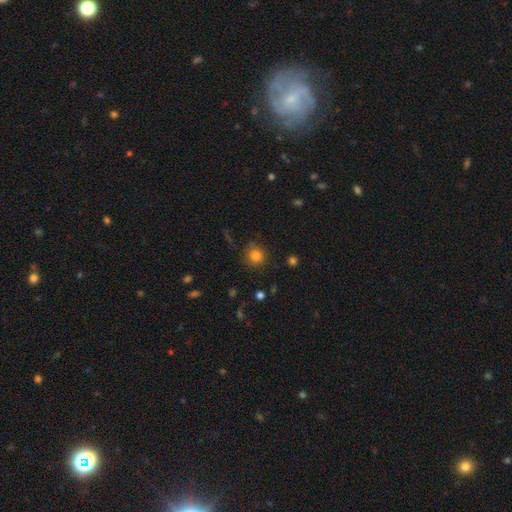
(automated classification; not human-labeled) Smooth or featured?
  - smooth: 81% *
  - star or artifact: 13%
  - featured or disk: 6%
How rounded?
  - round: 91% *
  - in between: 8%
  - cigar-shaped: 1%
Merging?
  - none: 84% *
  - minor disturbance: 11%
  - major disturbance: 3%
  - merger: 2%